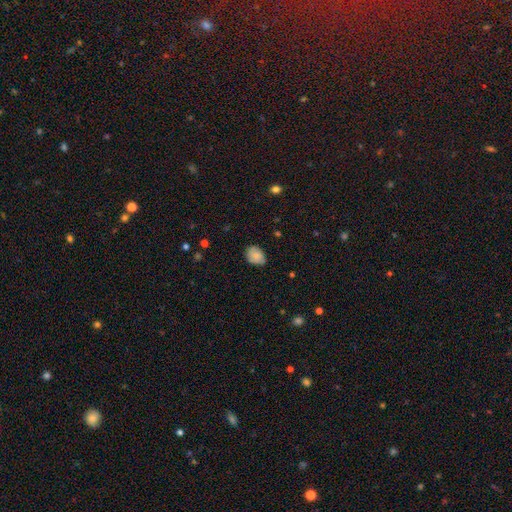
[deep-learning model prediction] Smooth or featured: smooth — 82% (featured or disk — 10%)
How rounded: in between — 66% (round — 33%)
Merging: none — 73% (minor disturbance — 22%)